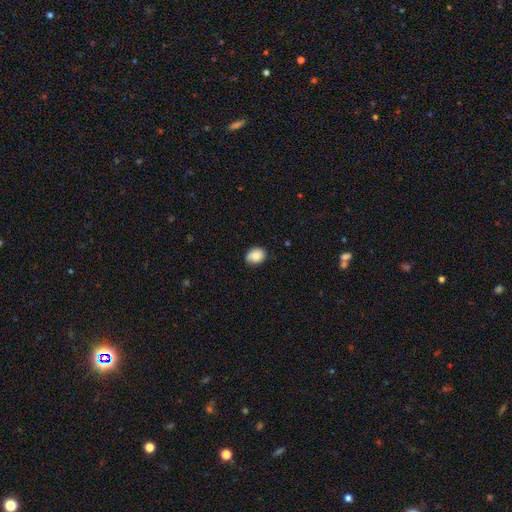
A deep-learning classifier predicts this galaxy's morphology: This is clearly a smooth galaxy (88%). How rounded: possibly in between (59%). Merging: clearly none (82%).